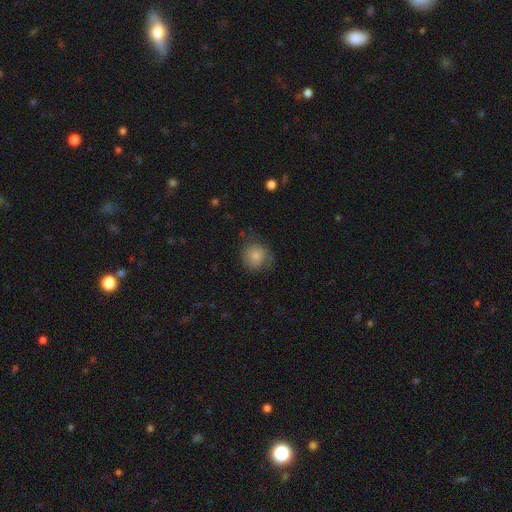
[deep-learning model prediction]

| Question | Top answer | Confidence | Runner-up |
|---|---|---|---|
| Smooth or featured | smooth | 78% | featured or disk (14%) |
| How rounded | round | 86% | in between (13%) |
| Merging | none | 65% | minor disturbance (25%) |